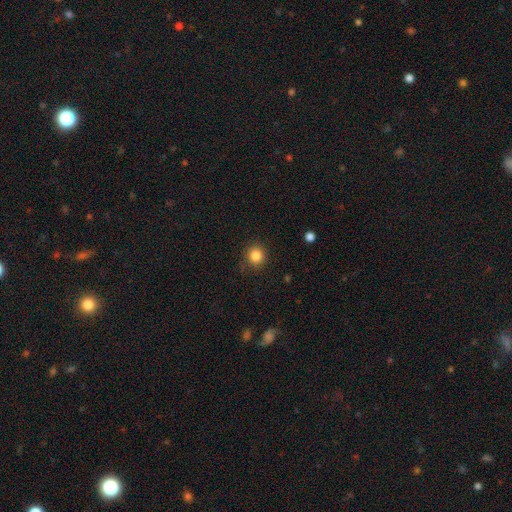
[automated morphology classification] Smooth or featured?
  - smooth: 85% *
  - star or artifact: 11%
  - featured or disk: 5%
How rounded?
  - round: 90% *
  - in between: 9%
  - cigar-shaped: 1%
Merging?
  - none: 84% *
  - minor disturbance: 11%
  - major disturbance: 3%
  - merger: 1%